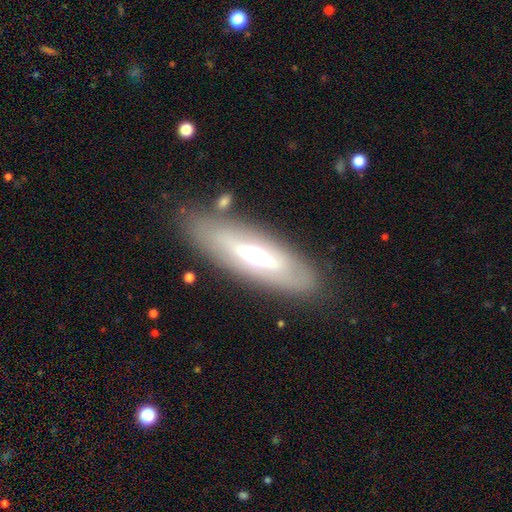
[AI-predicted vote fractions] featured or disk 62%, smooth 31%, star or artifact 7%. Down the decision tree: edge-on disk — no (54%); merging — none (79%).